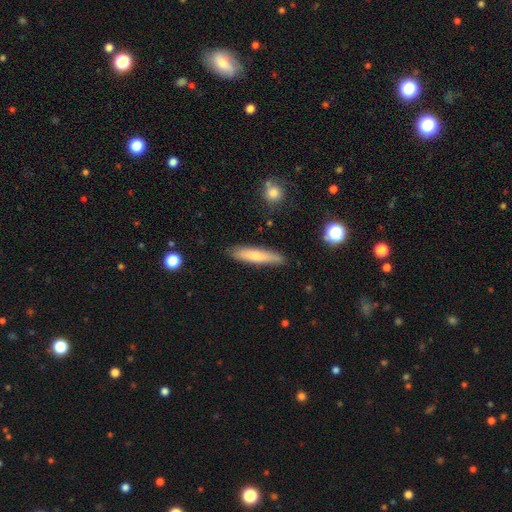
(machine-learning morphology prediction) smooth 69%, featured or disk 24%, star or artifact 6%. Down the decision tree: how rounded — cigar-shaped (85%); merging — none (85%).